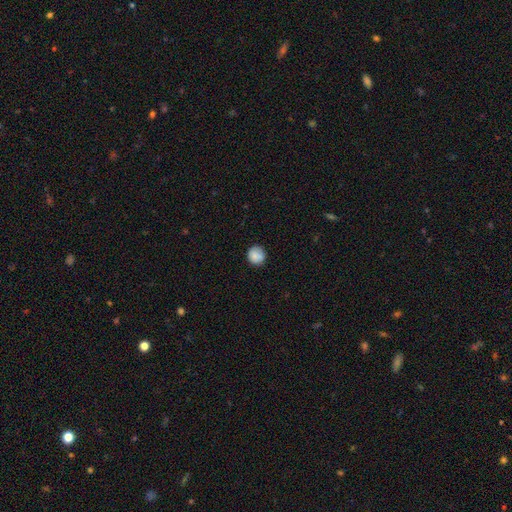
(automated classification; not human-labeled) A smooth galaxy with no disk features (83%) that is round (92%).

Vote fractions:
- Smooth or featured? smooth: 83% / featured or disk: 9% / star or artifact: 8%
- How rounded? round: 92% / in between: 7% / cigar-shaped: 1%
- Merging? none: 82% / minor disturbance: 13% / major disturbance: 2% / merger: 2%